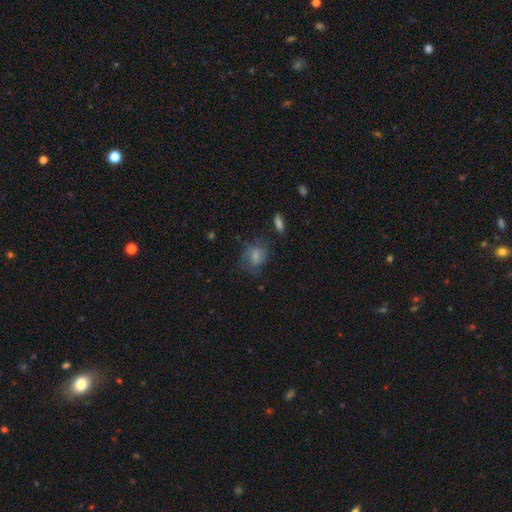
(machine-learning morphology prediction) A smooth galaxy with no disk features (68%) that is in between round and cigar-shaped (51%). Merging: none (56%).